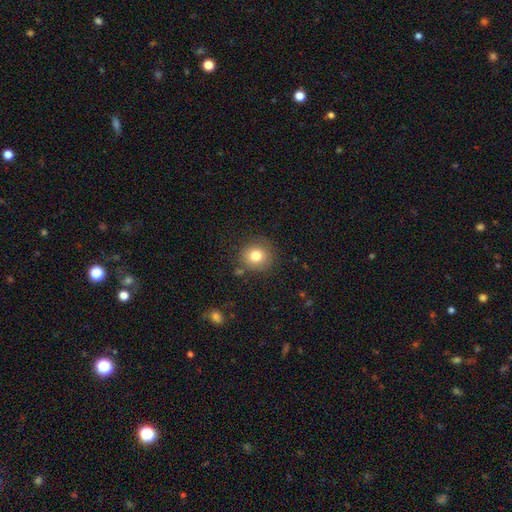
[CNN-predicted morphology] This is likely a smooth galaxy (79%). How rounded: clearly round (88%). Merging: clearly none (82%).